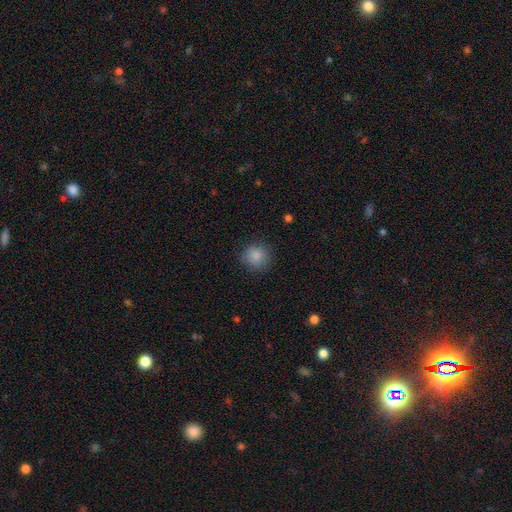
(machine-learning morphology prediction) Smooth or featured? smooth (86%)
How rounded? round (90%)
Merging? none (83%)